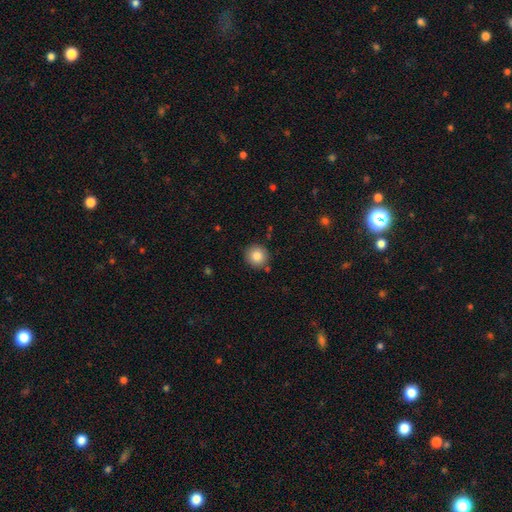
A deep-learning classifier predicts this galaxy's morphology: Smooth or featured: smooth — 85% (star or artifact — 9%)
How rounded: round — 93% (in between — 6%)
Merging: none — 86% (minor disturbance — 9%)